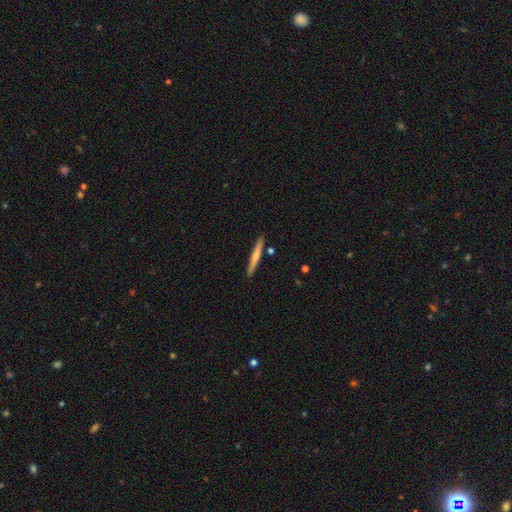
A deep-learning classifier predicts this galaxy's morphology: A smooth galaxy with no disk features (58%) that is cigar-shaped (95%).

Vote fractions:
- Smooth or featured? smooth: 58% / featured or disk: 37% / star or artifact: 5%
- How rounded? cigar-shaped: 95% / in between: 3% / round: 1%
- Merging? none: 88% / minor disturbance: 8% / merger: 3% / major disturbance: 2%